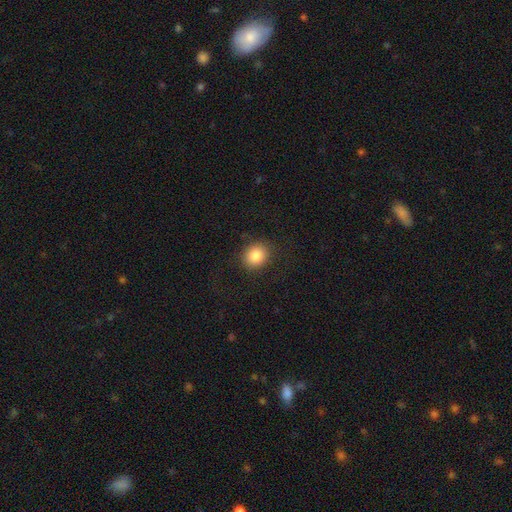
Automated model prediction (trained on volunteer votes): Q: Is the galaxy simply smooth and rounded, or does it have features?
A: smooth — 84%.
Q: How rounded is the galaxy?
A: round — 76%.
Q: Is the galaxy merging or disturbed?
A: none — 88%.